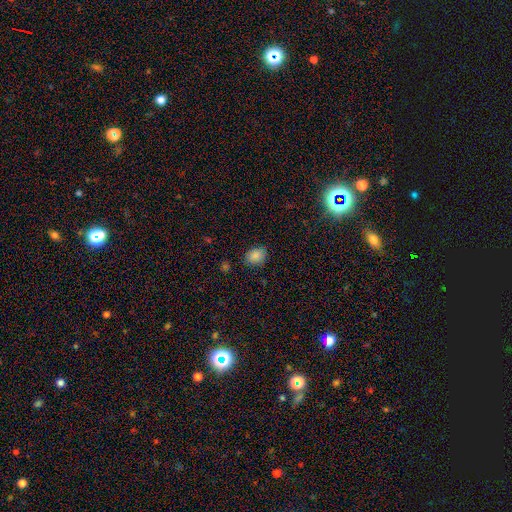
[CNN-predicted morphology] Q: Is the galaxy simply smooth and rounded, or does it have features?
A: smooth — 85%.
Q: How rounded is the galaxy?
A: in between — 58%.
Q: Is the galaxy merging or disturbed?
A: none — 84%.